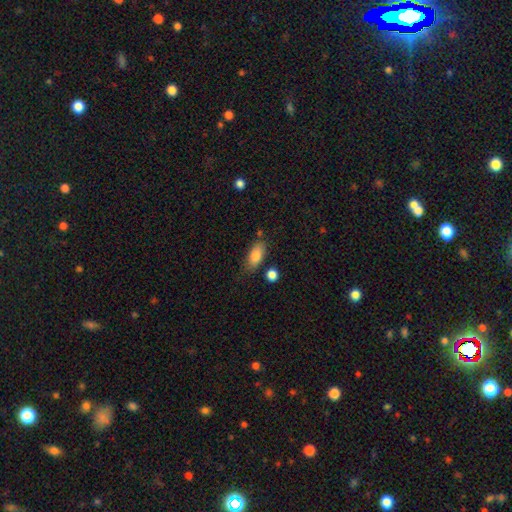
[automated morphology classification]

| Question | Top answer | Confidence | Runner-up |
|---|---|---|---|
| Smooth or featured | smooth | 84% | featured or disk (9%) |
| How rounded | in between | 86% | cigar-shaped (9%) |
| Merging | none | 70% | minor disturbance (19%) |